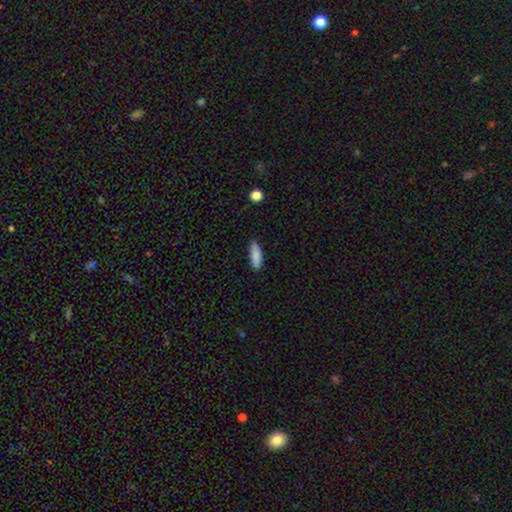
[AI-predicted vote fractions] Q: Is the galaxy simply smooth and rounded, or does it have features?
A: smooth — 88%.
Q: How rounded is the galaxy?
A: in between — 53%.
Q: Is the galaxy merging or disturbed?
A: none — 86%.